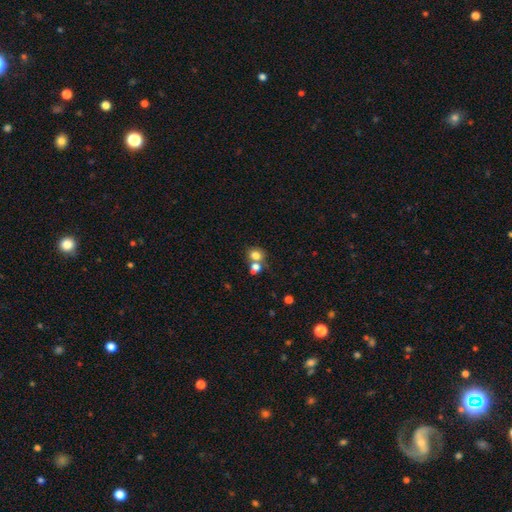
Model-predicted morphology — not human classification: smooth-or-featured: smooth: 76% | featured or disk: 12% | star or artifact: 12%
  how-rounded: round: 61% | in between: 38% | cigar-shaped: 1%
  merging: merger: 50% | none: 36% | minor disturbance: 9% | major disturbance: 5%